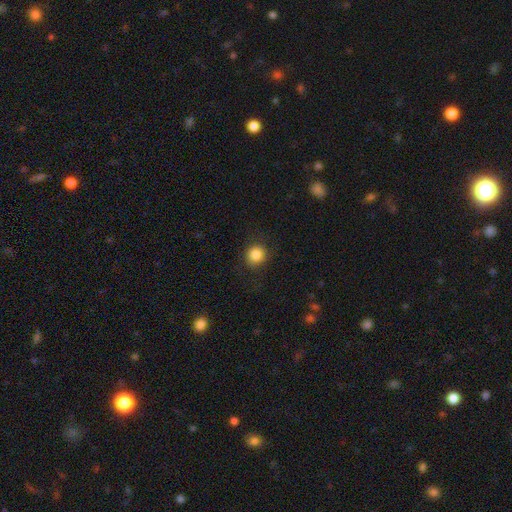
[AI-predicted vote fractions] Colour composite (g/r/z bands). It shows a smooth galaxy with no disk features (86%) that is round (87%). Merging: none (86%).